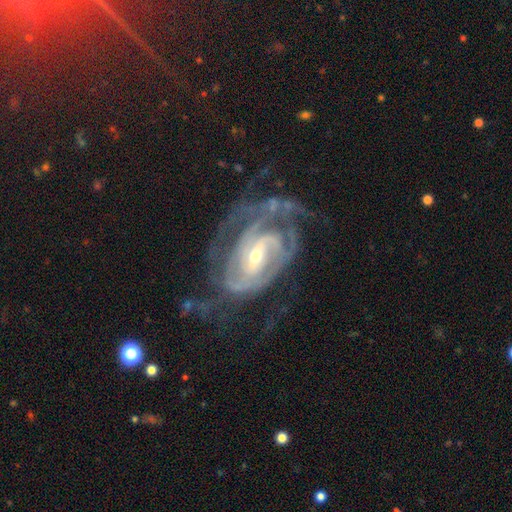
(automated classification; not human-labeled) Morphology: type=featured or disk (89%); edge-on=no (96%); bar=weak (42%); spiral arms=yes (95%); winding=tight (61%); arm count=2 (37%); bulge=small (58%); merging=none (51%).